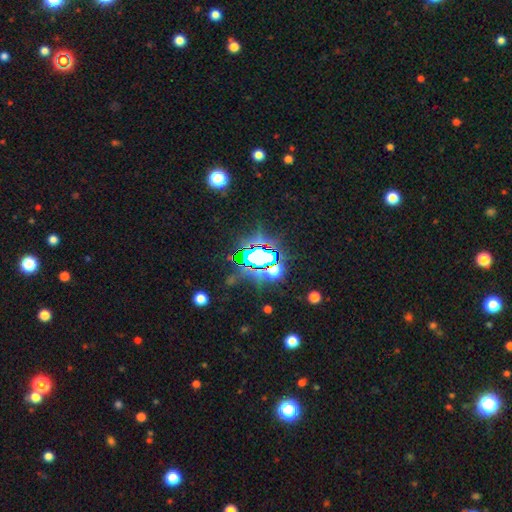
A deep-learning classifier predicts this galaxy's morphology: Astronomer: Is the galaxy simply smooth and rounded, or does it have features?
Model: star or artifact — 84%.